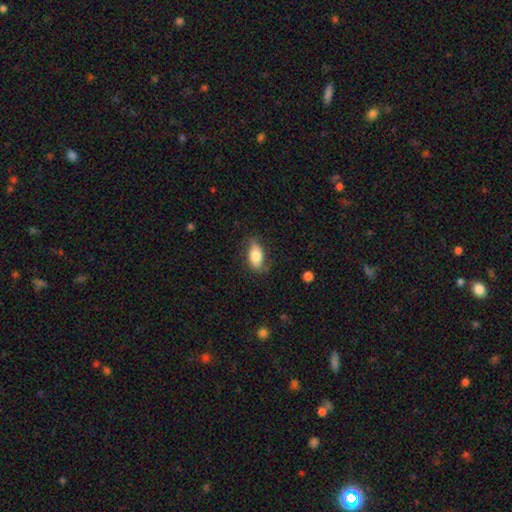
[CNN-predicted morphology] Q: Smooth or featured?
A: smooth (75%); runner-up: featured or disk (19%)
Q: How rounded?
A: in between (89%); runner-up: cigar-shaped (7%)
Q: Merging?
A: none (72%); runner-up: minor disturbance (21%)